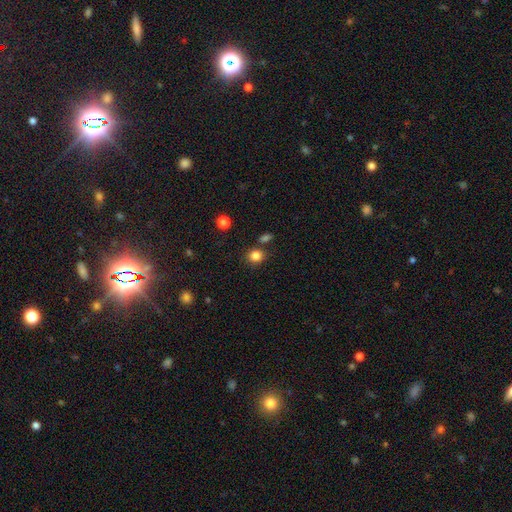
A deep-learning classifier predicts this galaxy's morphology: Smooth or featured? Predicted: smooth (p=0.83). How rounded? Predicted: round (p=0.83). Merging? Predicted: none (p=0.79).